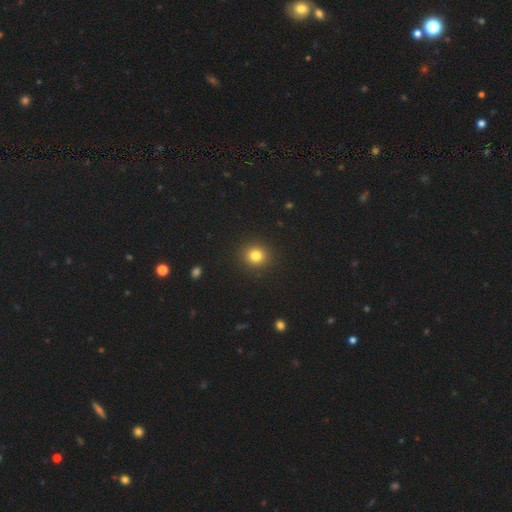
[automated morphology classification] Smooth or featured? Predicted: smooth (p=0.82). How rounded? Predicted: round (p=0.89). Merging? Predicted: none (p=0.92).